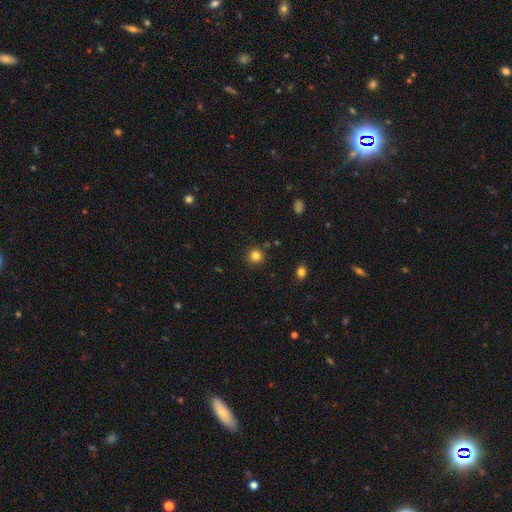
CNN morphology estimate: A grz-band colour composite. It shows a smooth galaxy with no disk features (82%) that is round (94%). Merging: none (88%).